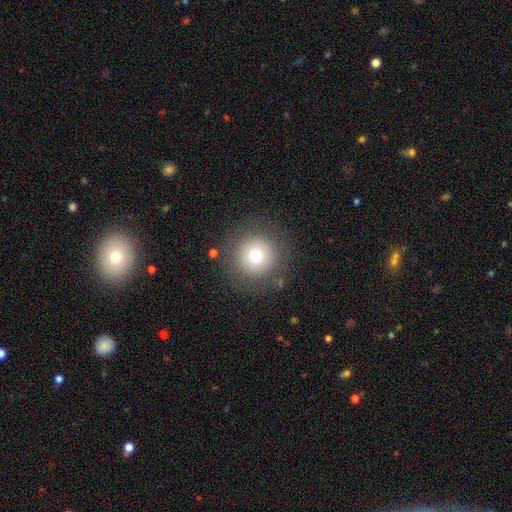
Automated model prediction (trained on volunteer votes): The model was most divided on "smooth or featured": smooth: 73%, featured or disk: 13%, star or artifact: 13%. More confident: how rounded — round (96%); merging — none (85%).